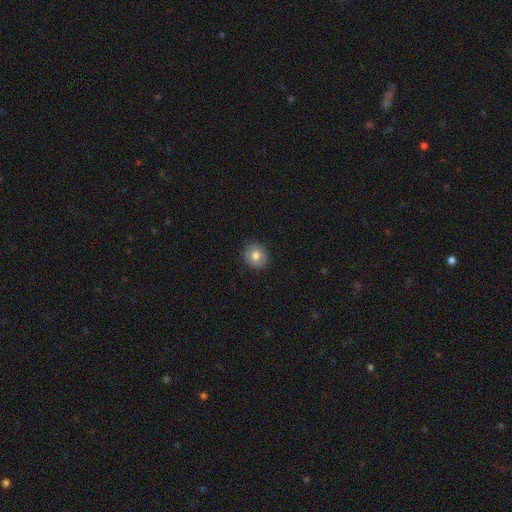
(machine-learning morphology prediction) smooth_or_featured: smooth (p=0.80) [alt: featured or disk p=0.12]
how_rounded: round (p=0.83) [alt: in between p=0.16]
merging: none (p=0.89) [alt: minor disturbance p=0.08]